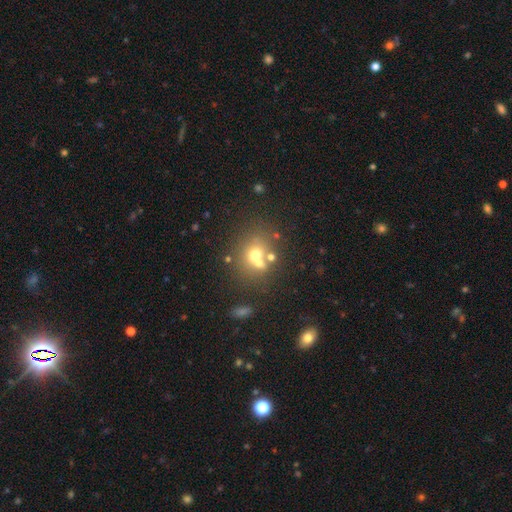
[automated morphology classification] This appears to be a smooth galaxy with no disk features (59%) that is round (74%). Merging: none (47%).